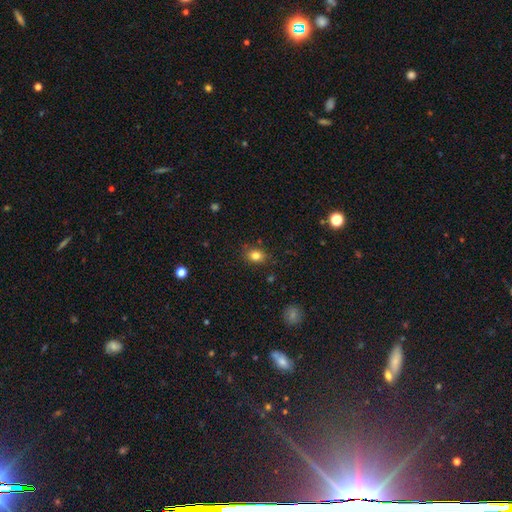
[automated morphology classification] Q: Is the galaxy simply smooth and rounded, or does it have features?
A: smooth — 82%.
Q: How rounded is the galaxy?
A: in between — 53%.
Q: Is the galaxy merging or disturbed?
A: none — 82%.